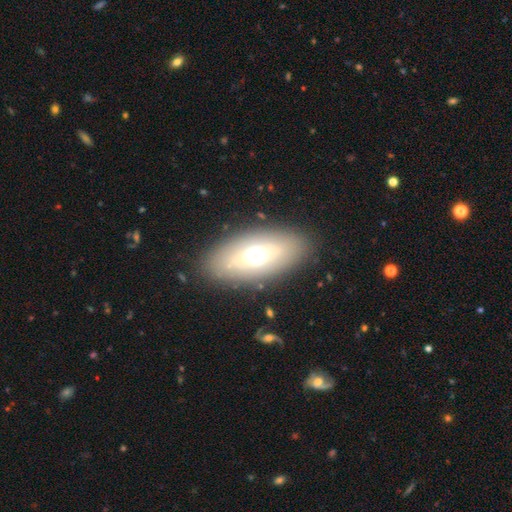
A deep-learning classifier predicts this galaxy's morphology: This appears to be a smooth galaxy with no disk features (55%) that is in between round and cigar-shaped (85%). Merging: none (85%).